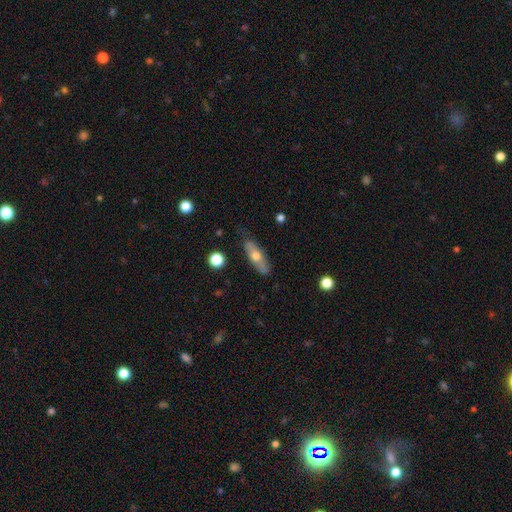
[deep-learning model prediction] Q: Smooth or featured?
A: smooth (54%); runner-up: featured or disk (40%)
Q: How rounded?
A: in between (53%); runner-up: cigar-shaped (43%)
Q: Merging?
A: none (79%); runner-up: minor disturbance (16%)